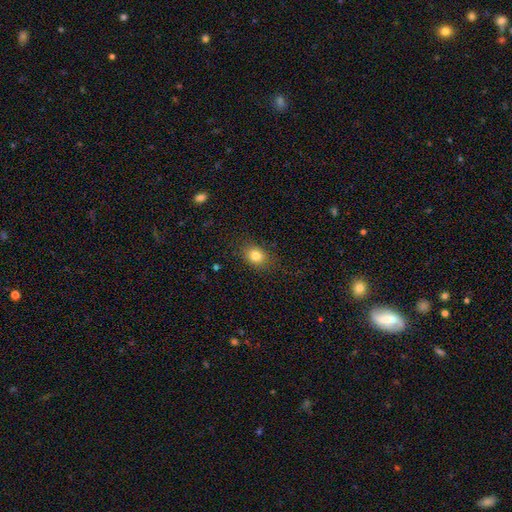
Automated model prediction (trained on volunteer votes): Smooth or featured? smooth (82%)
How rounded? in between (53%)
Merging? none (85%)